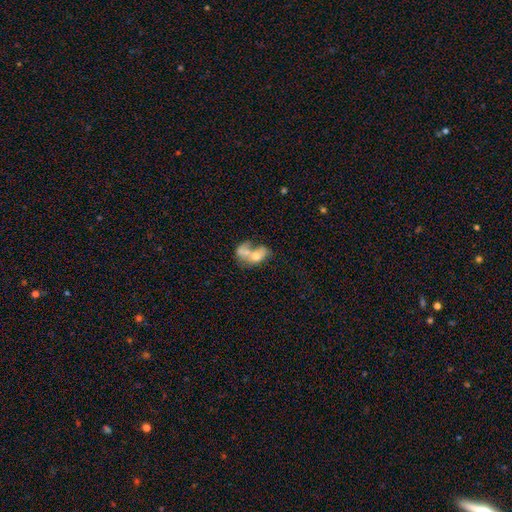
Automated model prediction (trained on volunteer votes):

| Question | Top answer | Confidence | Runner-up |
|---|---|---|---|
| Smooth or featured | smooth | 56% | featured or disk (35%) |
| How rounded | in between | 77% | round (20%) |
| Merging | merger | 71% | none (12%) |